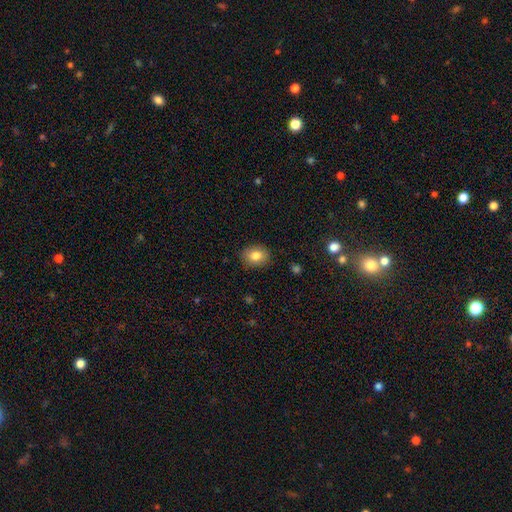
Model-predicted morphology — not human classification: This appears to be a smooth galaxy with no disk features (82%) that is in between round and cigar-shaped (51%). Merging: none (88%).